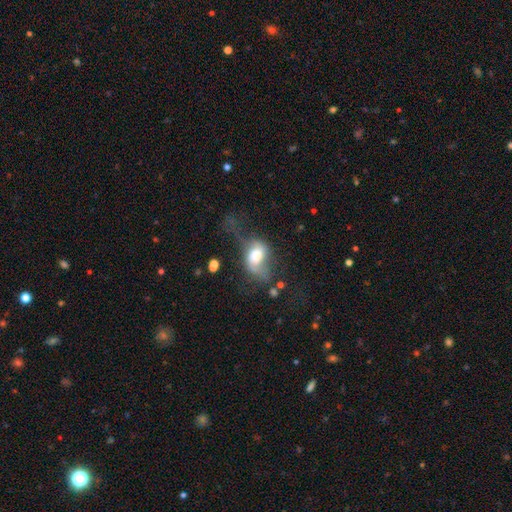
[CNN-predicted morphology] Smooth or featured: smooth — 50% (featured or disk — 41%)
Merging: major disturbance — 46% (none — 24%)